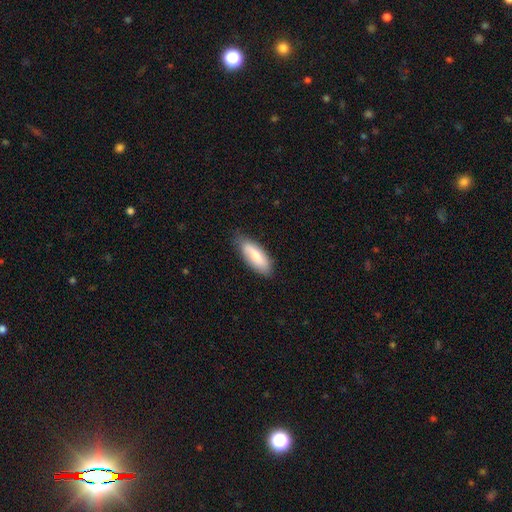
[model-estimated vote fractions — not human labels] A smooth galaxy with no disk features (71%) that is in between round and cigar-shaped (77%).

Vote fractions:
- Smooth or featured? smooth: 71% / featured or disk: 23% / star or artifact: 6%
- How rounded? in between: 77% / cigar-shaped: 21% / round: 2%
- Merging? none: 76% / minor disturbance: 20% / major disturbance: 3% / merger: 1%